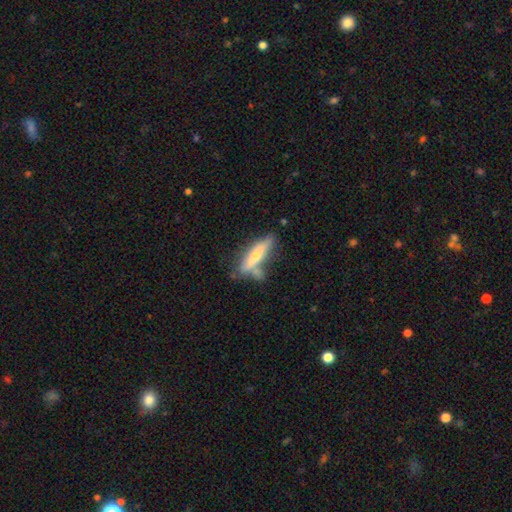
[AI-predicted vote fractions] Q: Smooth or featured?
A: featured or disk (52%); runner-up: smooth (42%)
Q: Edge-on disk?
A: yes (86%); runner-up: no (14%)
Q: Merging?
A: none (57%); runner-up: minor disturbance (19%)